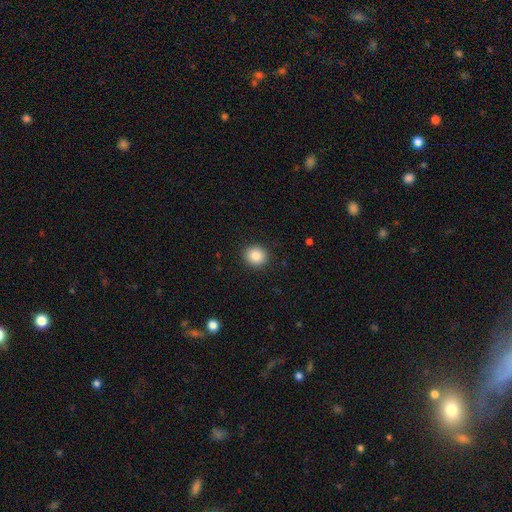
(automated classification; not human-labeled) Smooth or featured?
  - smooth: 86% *
  - star or artifact: 9%
  - featured or disk: 4%
How rounded?
  - round: 85% *
  - in between: 14%
  - cigar-shaped: 1%
Merging?
  - none: 91% *
  - minor disturbance: 6%
  - major disturbance: 2%
  - merger: 1%